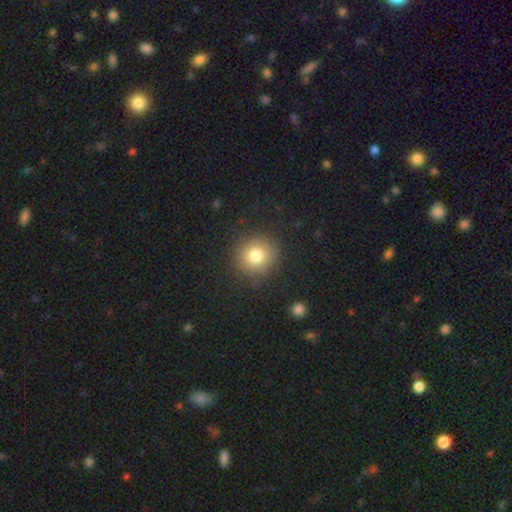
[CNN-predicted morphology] Overall: smooth (79%). How rounded: round (89%). Merging: none (88%).